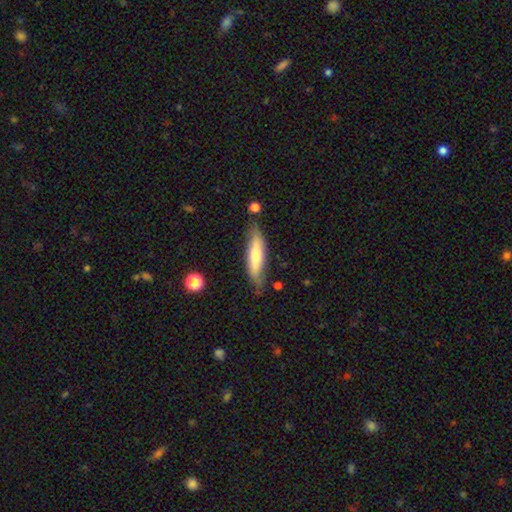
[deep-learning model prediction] Q: Smooth or featured?
A: smooth (57%); runner-up: featured or disk (37%)
Q: How rounded?
A: cigar-shaped (78%); runner-up: in between (21%)
Q: Merging?
A: none (77%); runner-up: minor disturbance (17%)